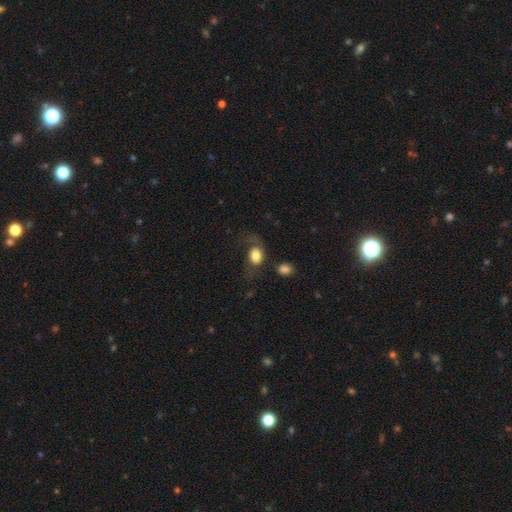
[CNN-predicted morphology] smooth 75%, featured or disk 17%, star or artifact 8%. Down the decision tree: how rounded — in between (59%); merging — none (38%).